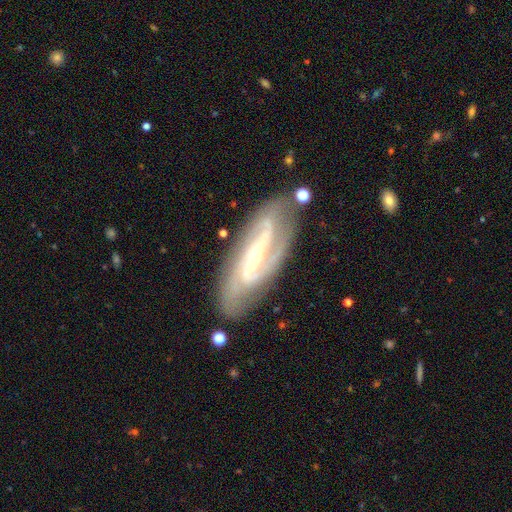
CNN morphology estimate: This is clearly a featured or disk galaxy (86%). It is clearly not viewed edge-on (89%). Bar: marginally strong (35%). Spiral arm pattern: clearly yes (96%). Spiral arm count: likely 2 (63%). Spiral winding: marginally medium (43%). Central bulge: likely small (72%). Merging: likely none (78%).